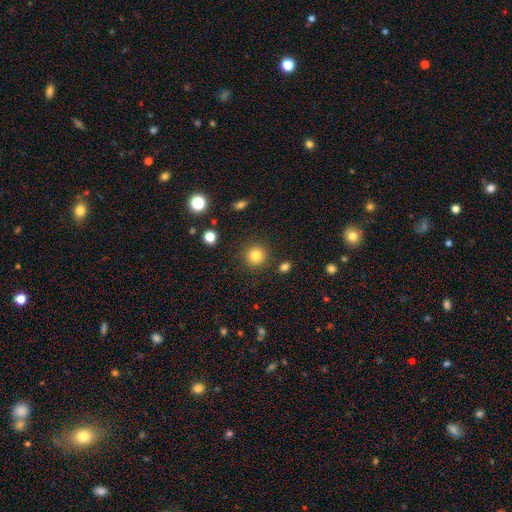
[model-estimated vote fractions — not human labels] Morphology: type=smooth (83%); roundness=round (94%); merging=none (89%).